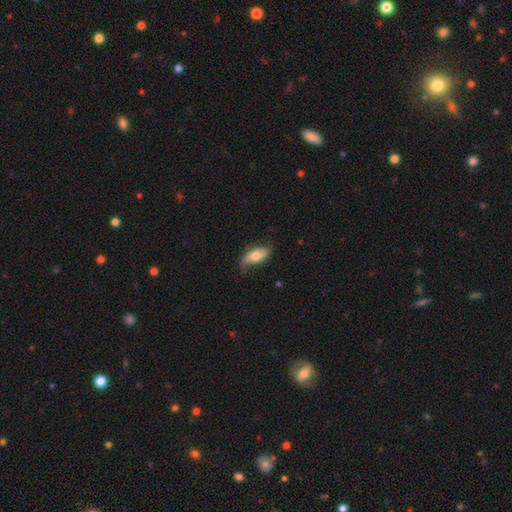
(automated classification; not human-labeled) Smooth or featured? Predicted: smooth (p=0.64). How rounded? Predicted: in between (p=0.84). Merging? Predicted: none (p=0.69).